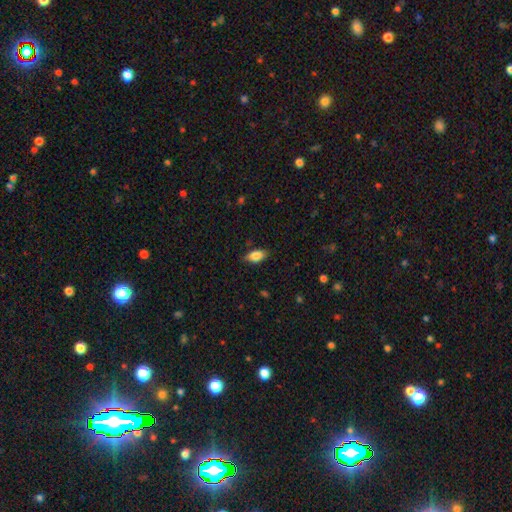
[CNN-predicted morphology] Q: Smooth or featured?
A: smooth (84%); runner-up: featured or disk (9%)
Q: How rounded?
A: in between (89%); runner-up: cigar-shaped (6%)
Q: Merging?
A: none (81%); runner-up: minor disturbance (15%)